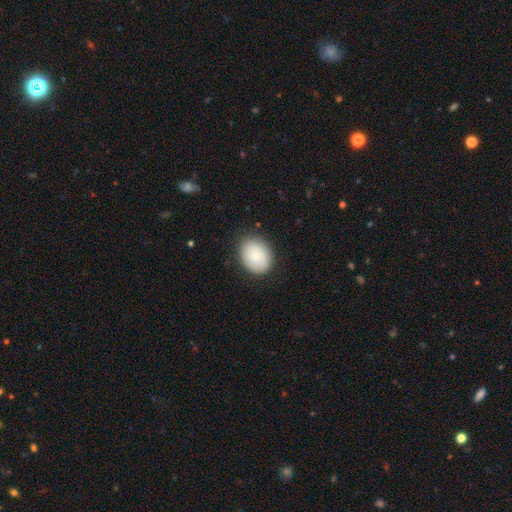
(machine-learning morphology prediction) Smooth or featured?
  - smooth: 79% *
  - featured or disk: 14%
  - star or artifact: 7%
How rounded?
  - in between: 52% *
  - round: 47%
  - cigar-shaped: 1%
Merging?
  - none: 84% *
  - minor disturbance: 12%
  - major disturbance: 3%
  - merger: 1%